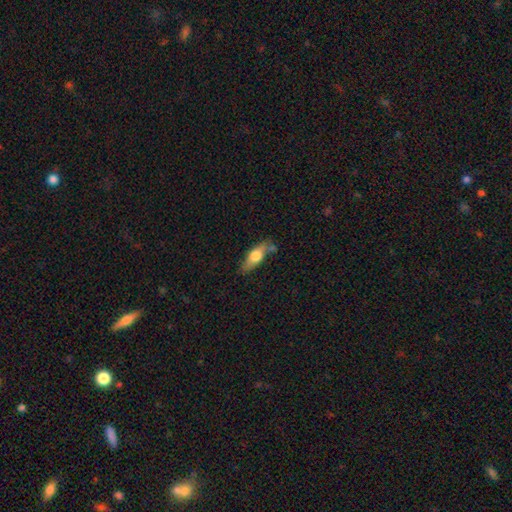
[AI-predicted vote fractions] This appears to be a smooth galaxy with no disk features (59%) that is in between round and cigar-shaped (56%). Merging: none (65%).